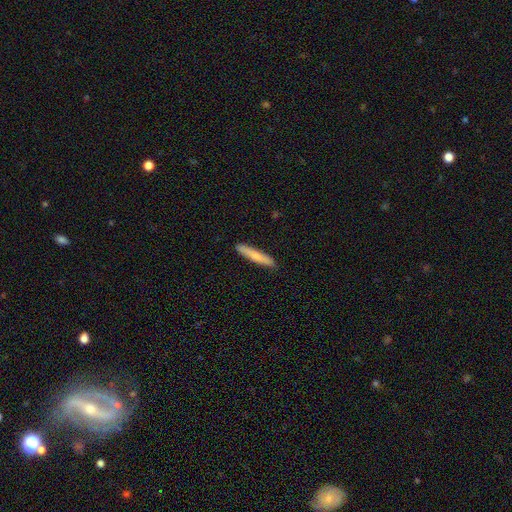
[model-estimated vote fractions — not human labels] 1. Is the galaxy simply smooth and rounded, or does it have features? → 70% smooth, 24% featured or disk, 5% star or artifact.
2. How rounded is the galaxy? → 93% cigar-shaped, 5% in between, 1% round.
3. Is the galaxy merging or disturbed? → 90% none, 7% minor disturbance, 1% major disturbance, 1% merger.